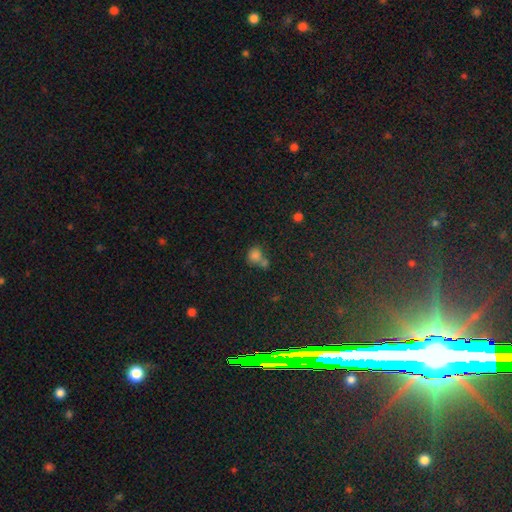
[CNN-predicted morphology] A smooth galaxy with no disk features (77%) that is round (73%).

Vote fractions:
- Smooth or featured? smooth: 77% / star or artifact: 15% / featured or disk: 9%
- How rounded? round: 73% / in between: 26% / cigar-shaped: 1%
- Merging? merger: 46% / none: 38% / minor disturbance: 11% / major disturbance: 5%